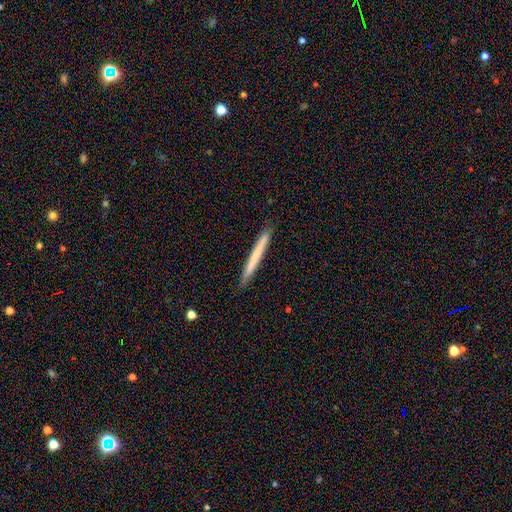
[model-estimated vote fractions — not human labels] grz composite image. It shows a smooth galaxy with no disk features (67%) that is cigar-shaped (97%). Merging: none (91%).